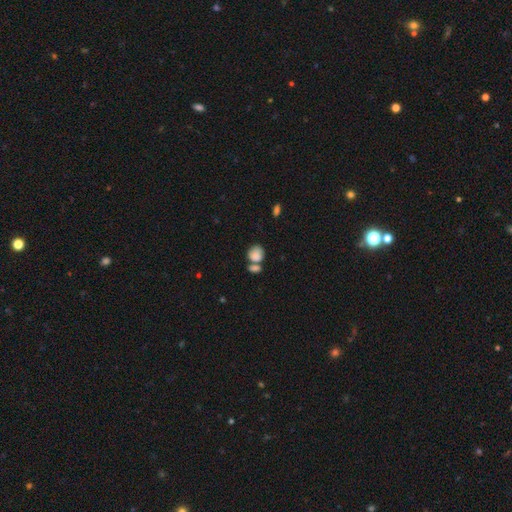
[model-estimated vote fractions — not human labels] smooth-or-featured: smooth: 84% | star or artifact: 8% | featured or disk: 8%
  how-rounded: round: 62% | in between: 36% | cigar-shaped: 2%
  merging: merger: 44% | none: 38% | minor disturbance: 12% | major disturbance: 6%